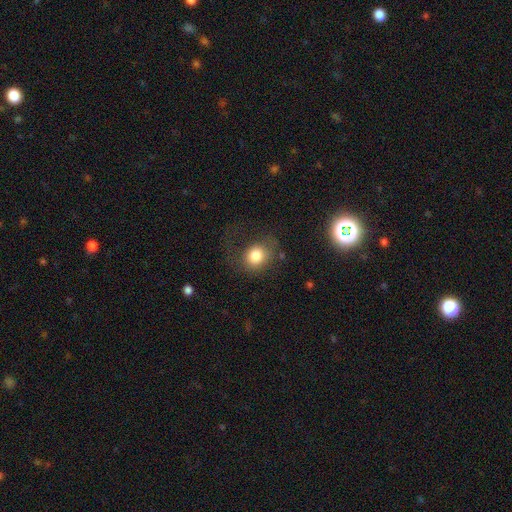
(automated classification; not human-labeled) Q: Smooth or featured?
A: smooth (80%); runner-up: featured or disk (10%)
Q: How rounded?
A: round (68%); runner-up: in between (31%)
Q: Merging?
A: none (55%); runner-up: major disturbance (22%)